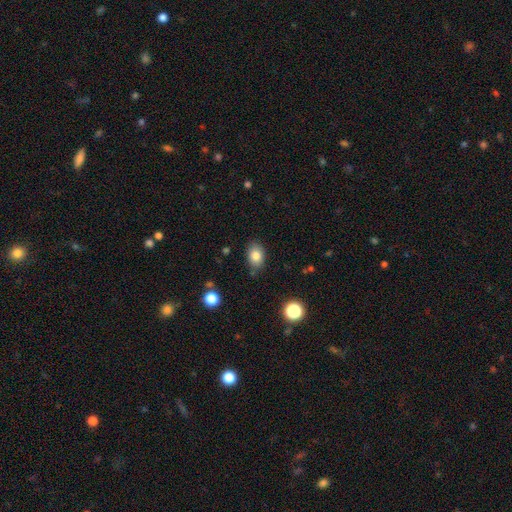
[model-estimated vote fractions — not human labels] Overall: smooth (83%). How rounded: in between (79%). Merging: none (82%).